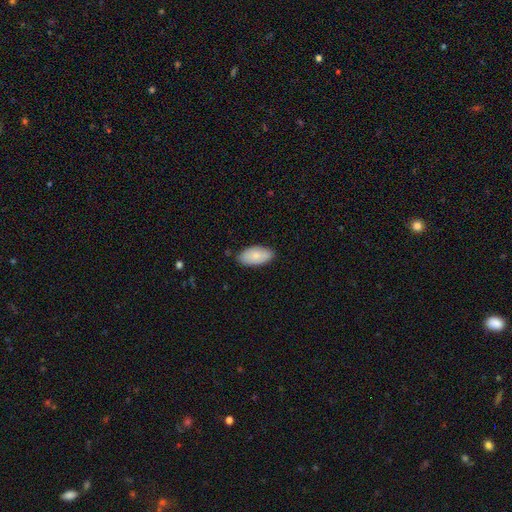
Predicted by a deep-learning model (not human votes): Morphology: type=smooth (81%); roundness=in between (95%); merging=none (82%).